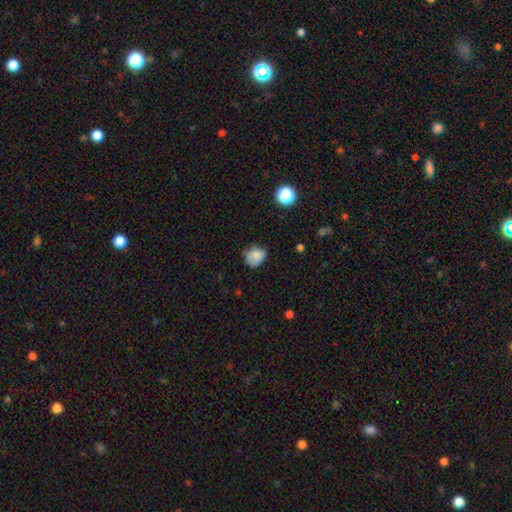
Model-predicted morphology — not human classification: This is likely a smooth galaxy (79%). How rounded: likely round (62%). Merging: possibly none (59%).